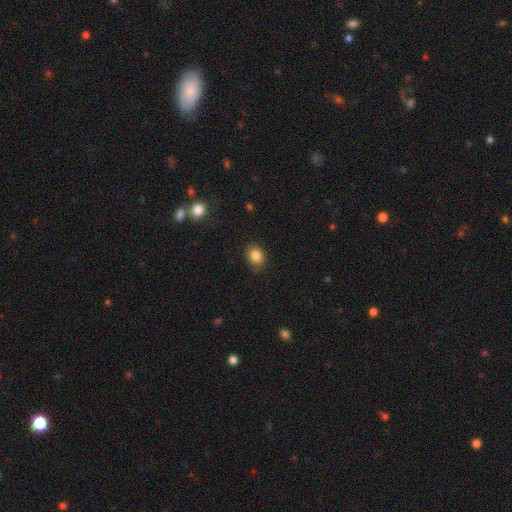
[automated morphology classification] A smooth galaxy with no disk features (85%) that is round (56%). Merging: none (80%).